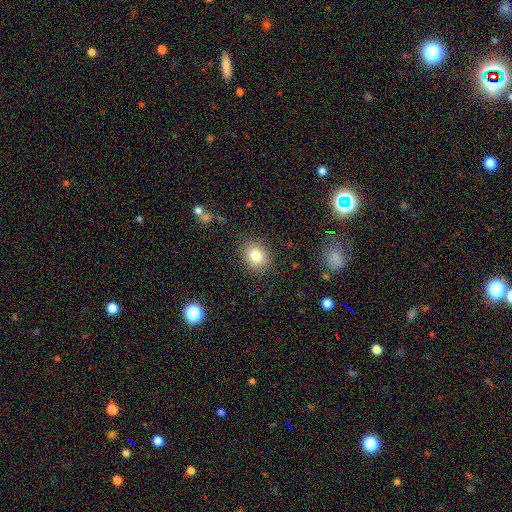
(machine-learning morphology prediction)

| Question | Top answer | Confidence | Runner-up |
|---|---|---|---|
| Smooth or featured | smooth | 81% | star or artifact (11%) |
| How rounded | round | 61% | in between (38%) |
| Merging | none | 86% | minor disturbance (10%) |